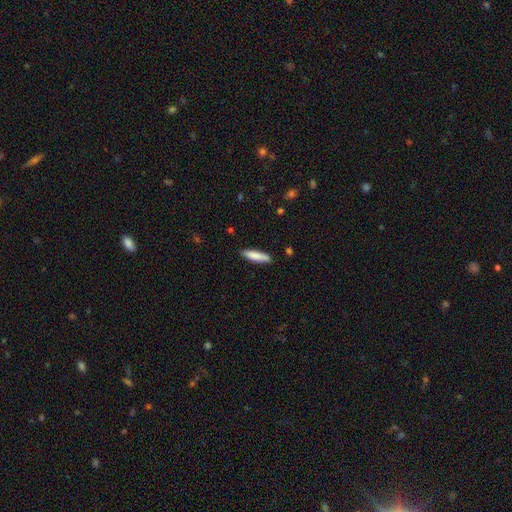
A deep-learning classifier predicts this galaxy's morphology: This is clearly a smooth galaxy (84%). How rounded: likely cigar-shaped (75%). Merging: clearly none (86%).